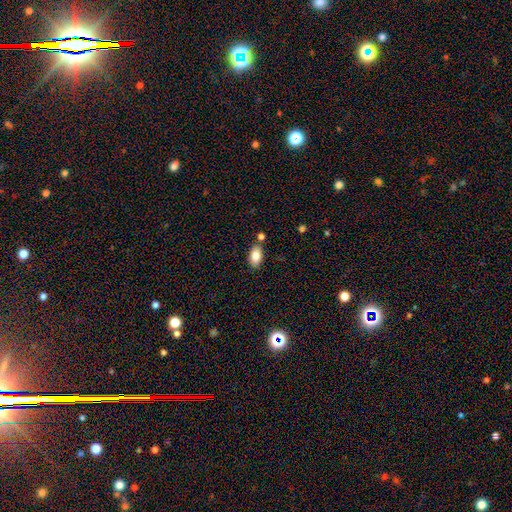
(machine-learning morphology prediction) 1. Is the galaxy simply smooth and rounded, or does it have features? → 83% smooth, 9% featured or disk, 8% star or artifact.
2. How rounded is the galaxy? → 92% in between, 6% round, 2% cigar-shaped.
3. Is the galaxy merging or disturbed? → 80% none, 11% minor disturbance, 7% merger, 2% major disturbance.